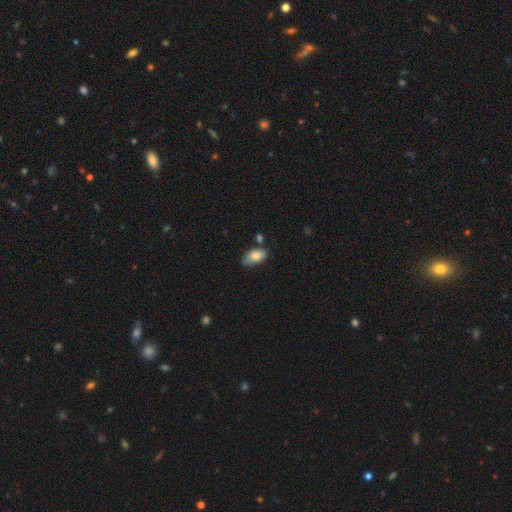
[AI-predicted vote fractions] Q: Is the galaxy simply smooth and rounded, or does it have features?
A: smooth — 83%.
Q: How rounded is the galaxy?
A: in between — 93%.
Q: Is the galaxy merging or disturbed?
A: none — 64%.